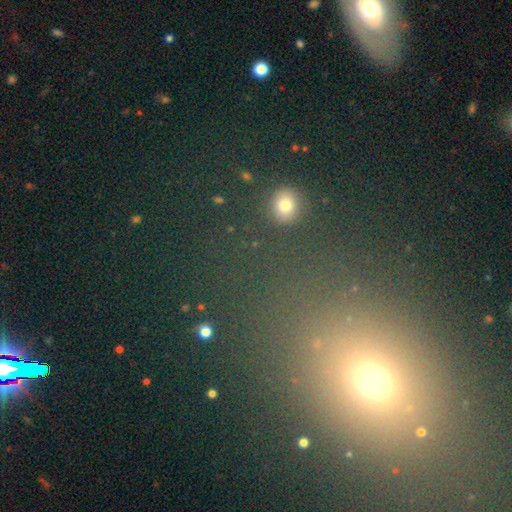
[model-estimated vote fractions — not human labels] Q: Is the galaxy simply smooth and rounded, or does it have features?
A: smooth — 47%.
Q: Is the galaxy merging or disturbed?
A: none — 80%.